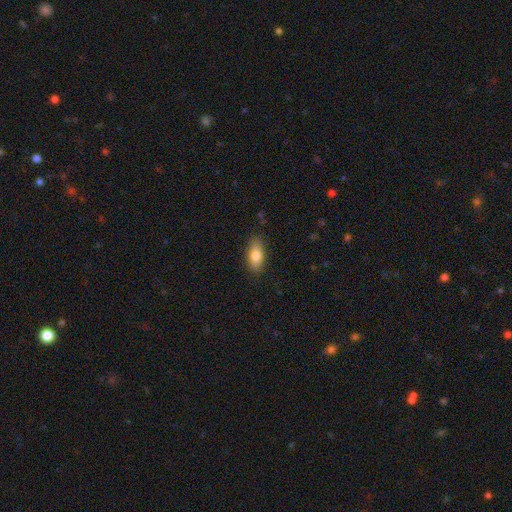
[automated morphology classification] Smooth or featured? Predicted: smooth (p=0.81). How rounded? Predicted: in between (p=0.85). Merging? Predicted: none (p=0.85).